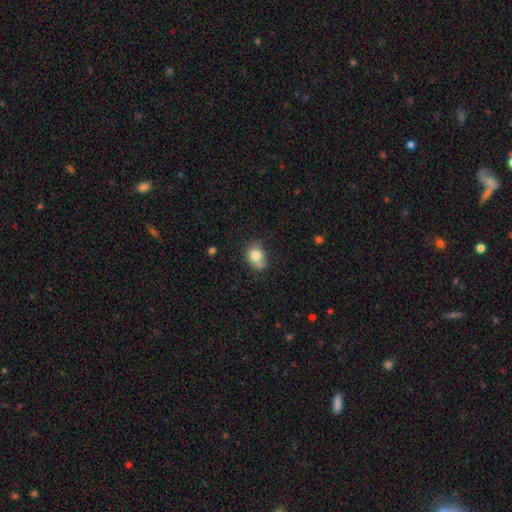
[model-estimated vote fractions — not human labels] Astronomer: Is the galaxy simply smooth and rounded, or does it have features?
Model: smooth — 79%.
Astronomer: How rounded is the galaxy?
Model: in between — 53% (runner-up: round, 46%).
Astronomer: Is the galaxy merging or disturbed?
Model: none — 60%.